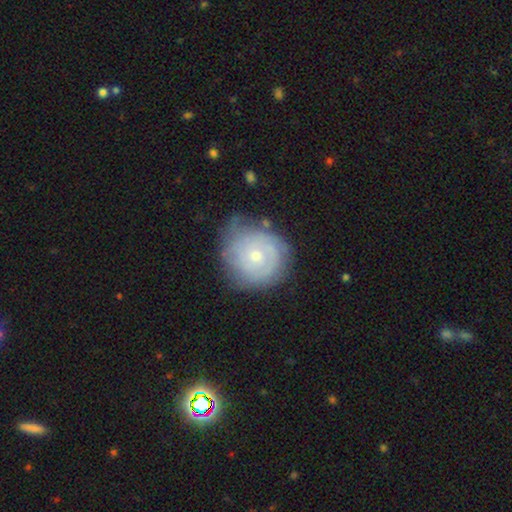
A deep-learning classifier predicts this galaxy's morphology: Q: Smooth or featured?
A: featured or disk (61%); runner-up: smooth (32%)
Q: Edge-on disk?
A: no (97%); runner-up: yes (3%)
Q: Bar?
A: no (81%); runner-up: weak (16%)
Q: Spiral arms?
A: yes (79%); runner-up: no (21%)
Q: Bulge size?
A: small (58%); runner-up: moderate (38%)
Q: Merging?
A: none (65%); runner-up: minor disturbance (24%)